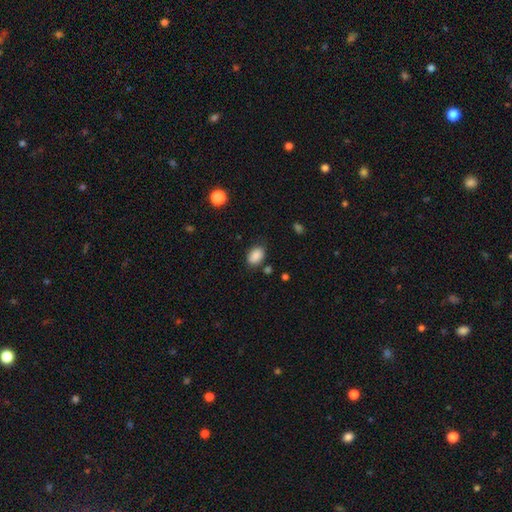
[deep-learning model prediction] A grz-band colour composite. It shows a smooth galaxy with no disk features (88%) that is in between round and cigar-shaped (82%). Merging: none (79%).